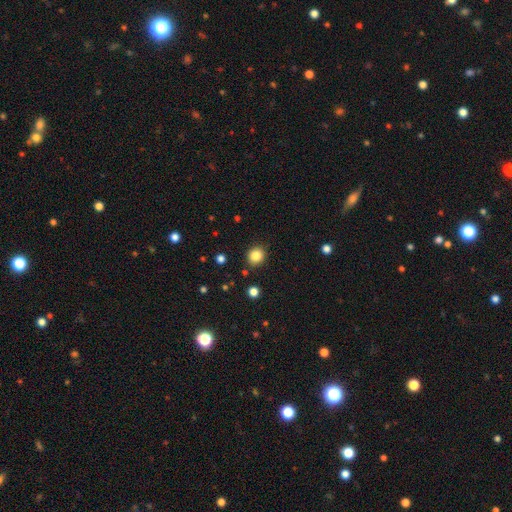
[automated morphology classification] type=smooth (84%); roundness=round (83%); merging=none (88%).